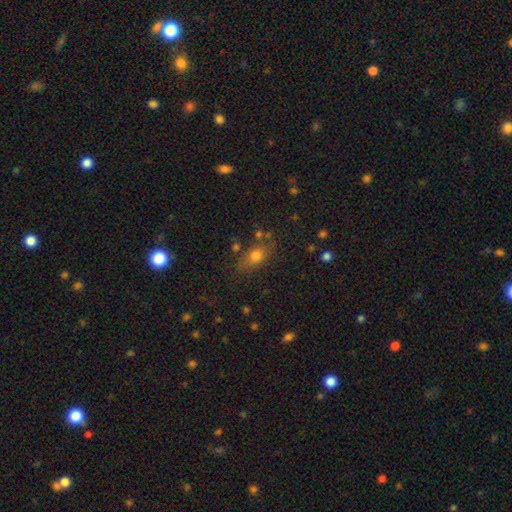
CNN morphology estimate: Smooth or featured? smooth (69%)
How rounded? in between (65%)
Merging? none (69%)